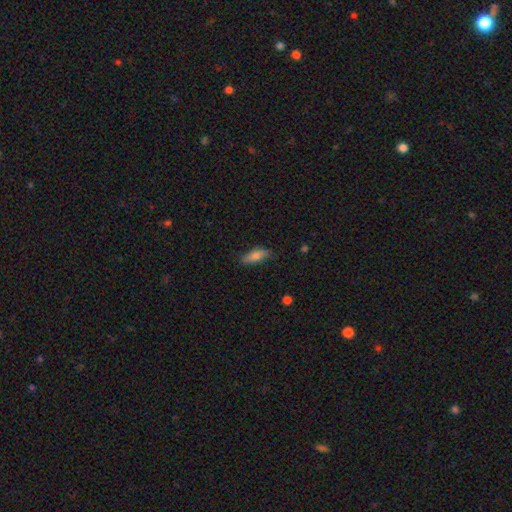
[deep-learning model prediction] Smooth or featured? smooth (75%)
How rounded? in between (63%)
Merging? none (76%)